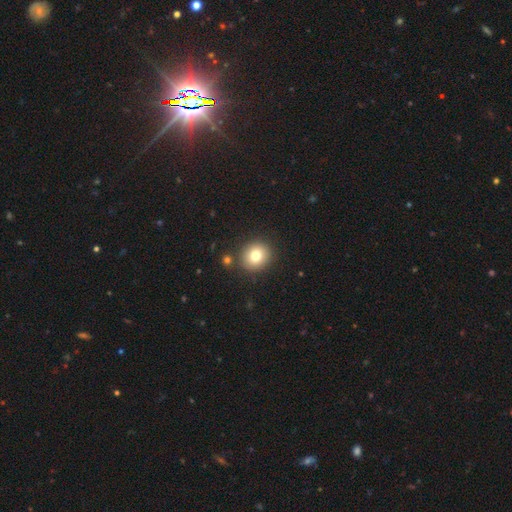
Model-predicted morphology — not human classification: Smooth or featured?
  - smooth: 78% *
  - star or artifact: 11%
  - featured or disk: 11%
How rounded?
  - round: 82% *
  - in between: 17%
  - cigar-shaped: 1%
Merging?
  - none: 86% *
  - minor disturbance: 7%
  - merger: 4%
  - major disturbance: 2%